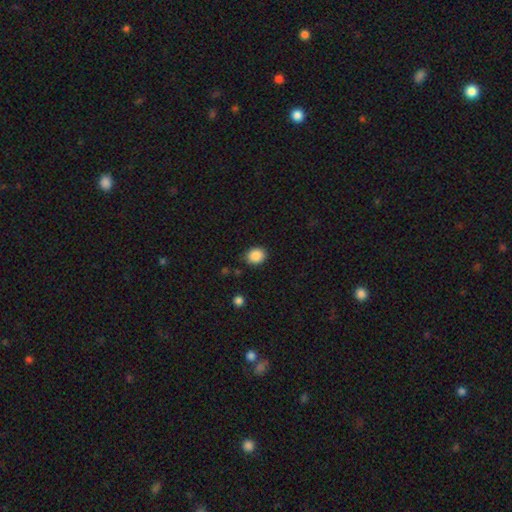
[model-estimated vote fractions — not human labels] Morphology: type=smooth (88%); roundness=round (63%); merging=none (85%).